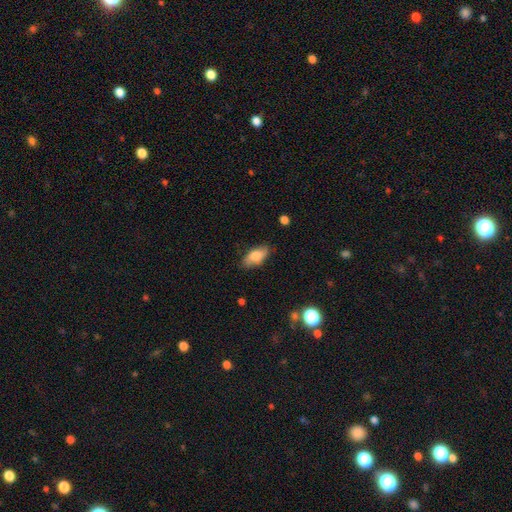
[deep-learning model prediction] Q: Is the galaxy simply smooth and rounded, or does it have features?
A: smooth — 76%.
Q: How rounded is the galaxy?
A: in between — 88%.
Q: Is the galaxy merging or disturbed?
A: none — 80%.